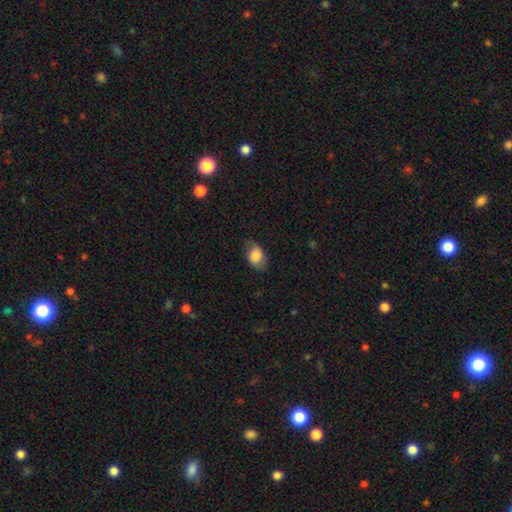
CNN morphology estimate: type=smooth (74%); roundness=in between (81%); merging=none (65%).